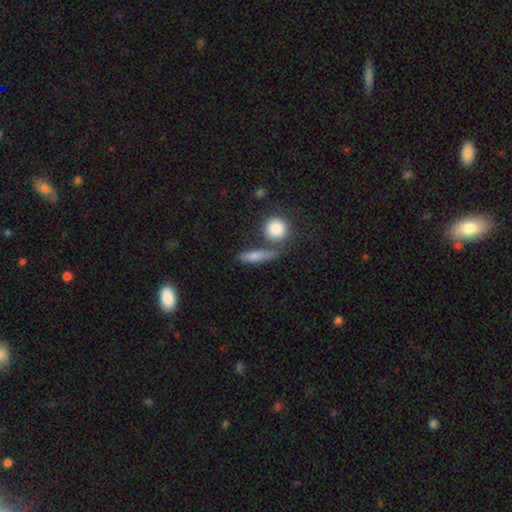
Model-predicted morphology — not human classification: smooth 72%, featured or disk 19%, star or artifact 9%. Down the decision tree: how rounded — cigar-shaped (53%); merging — none (65%).